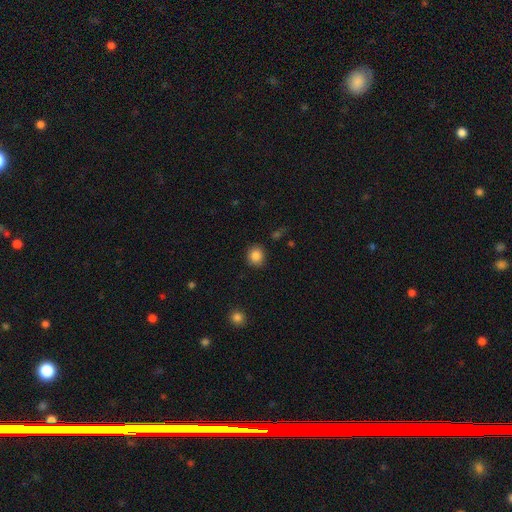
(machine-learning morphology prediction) Smooth or featured? smooth (86%)
How rounded? round (84%)
Merging? none (87%)